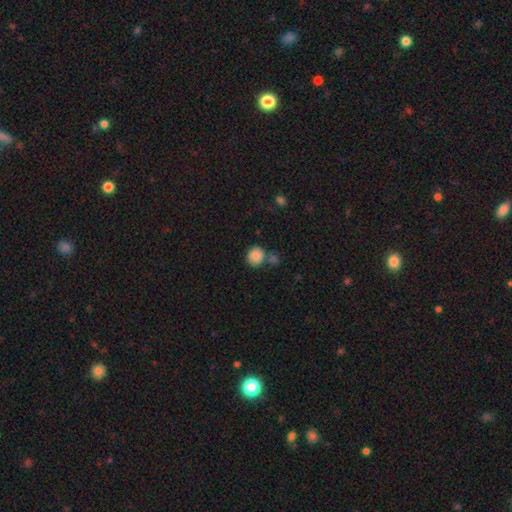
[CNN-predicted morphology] A smooth galaxy with no disk features (83%) that is round (77%).

Vote fractions:
- Smooth or featured? smooth: 83% / star or artifact: 9% / featured or disk: 9%
- How rounded? round: 77% / in between: 22% / cigar-shaped: 1%
- Merging? none: 62% / merger: 20% / minor disturbance: 14% / major disturbance: 4%